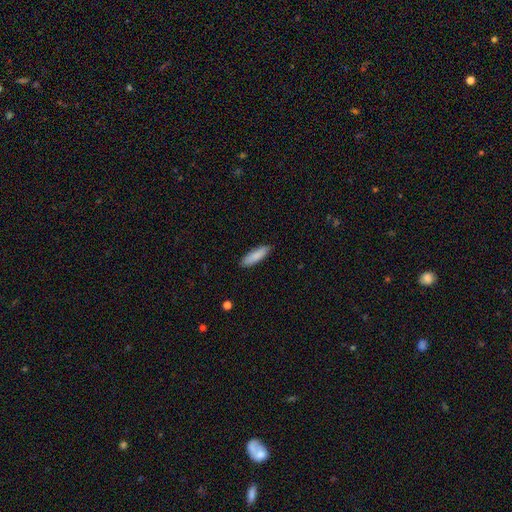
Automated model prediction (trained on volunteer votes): Smooth or featured? Predicted: smooth (p=0.88). How rounded? Predicted: cigar-shaped (p=0.61). Merging? Predicted: none (p=0.88).